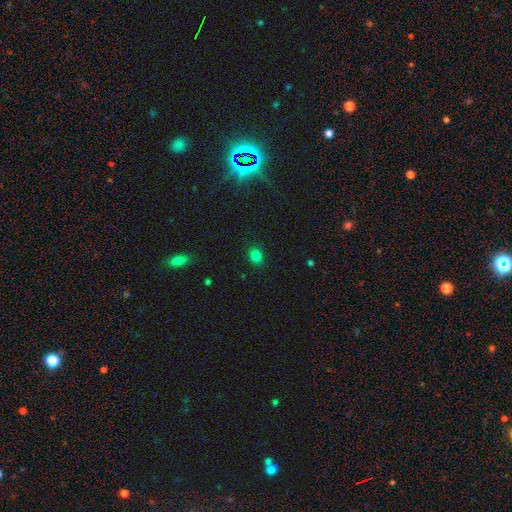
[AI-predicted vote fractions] Smooth or featured: smooth — 81% (star or artifact — 15%)
How rounded: round — 63% (in between — 36%)
Merging: none — 89% (minor disturbance — 7%)